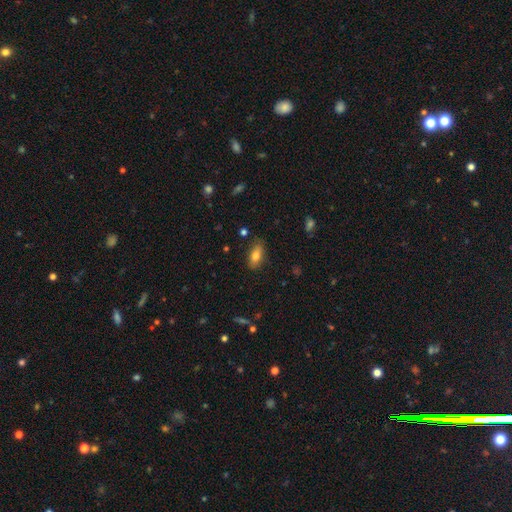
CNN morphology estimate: type=smooth (79%); roundness=in between (83%); merging=none (82%).